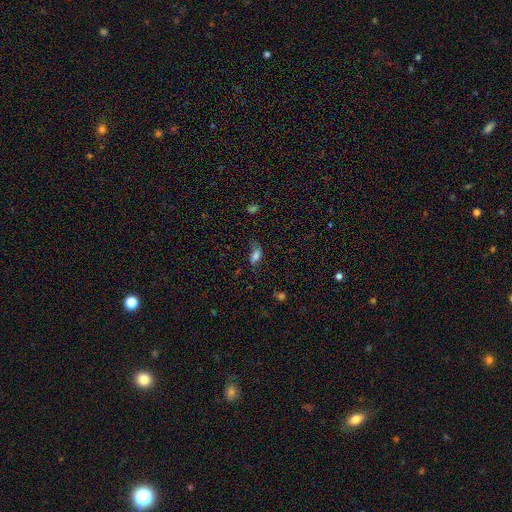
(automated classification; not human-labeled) Smooth or featured?
  - smooth: 76% *
  - featured or disk: 12%
  - star or artifact: 12%
How rounded?
  - in between: 87% *
  - cigar-shaped: 8%
  - round: 5%
Merging?
  - none: 53% *
  - minor disturbance: 29%
  - major disturbance: 15%
  - merger: 3%